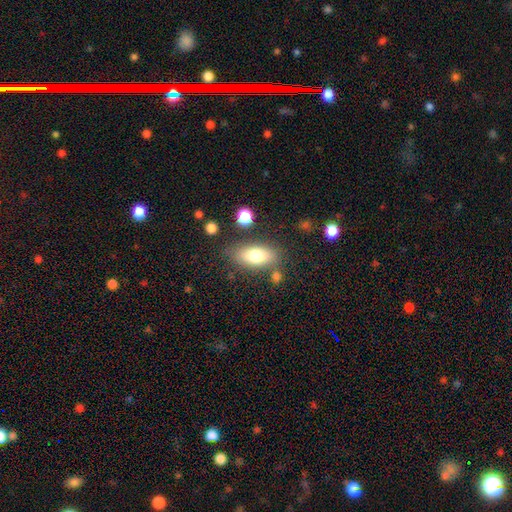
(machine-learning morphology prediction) The model was most divided on "smooth or featured": smooth: 76%, featured or disk: 17%, star or artifact: 8%. More confident: how rounded — in between (82%); merging — none (75%).